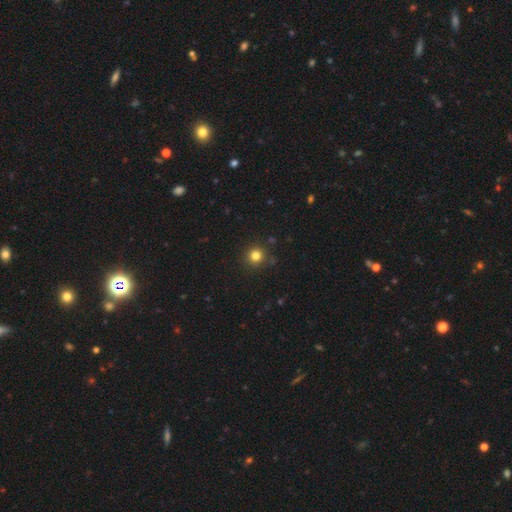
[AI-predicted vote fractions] Morphology: type=smooth (81%); roundness=round (93%); merging=none (89%).